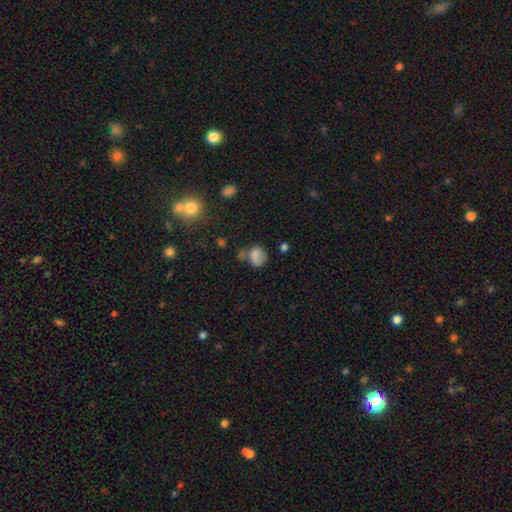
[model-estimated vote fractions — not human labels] The model was most divided on "how rounded": round: 50%, in between: 48%, cigar-shaped: 1%. Remaining: smooth or featured — smooth (75%); merging — none (47%).